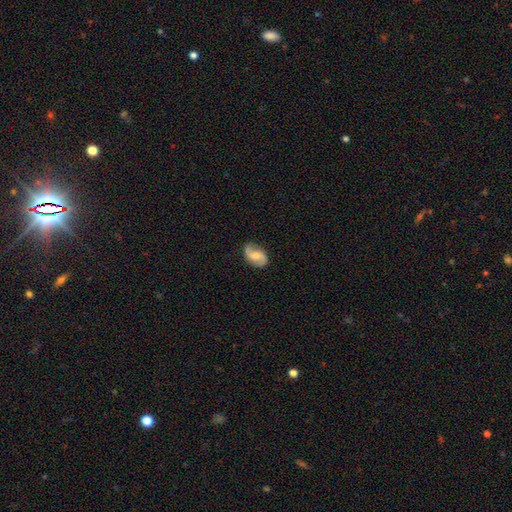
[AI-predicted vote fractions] featured or disk 72%, smooth 22%, star or artifact 6%. Down the decision tree: edge-on disk — no (97%); bar — no (49%); spiral arms — yes (95%); spiral arm count — 2 (90%); spiral winding — loose (56%); bulge size — moderate (48%); merging — none (77%).